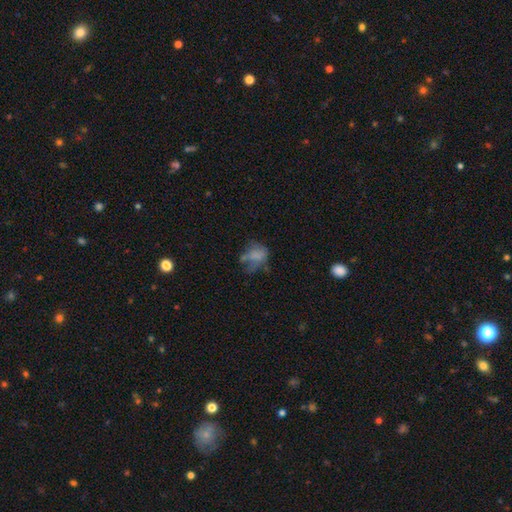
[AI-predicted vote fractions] This appears to be a smooth galaxy with no disk features (60%) that is in between round and cigar-shaped (65%). Merging: major disturbance (35%).